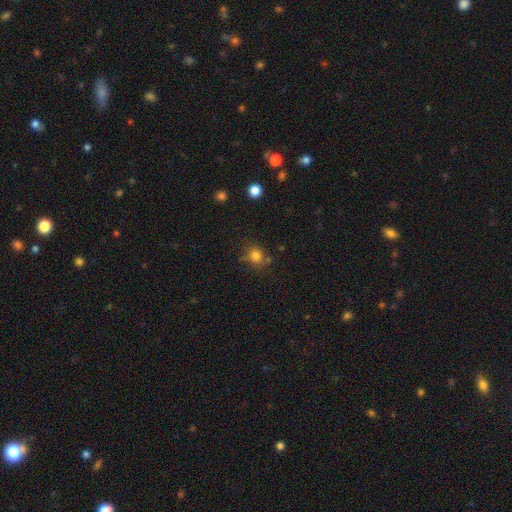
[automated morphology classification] A smooth galaxy with no disk features (79%) that is round (76%).

Vote fractions:
- Smooth or featured? smooth: 79% / star or artifact: 14% / featured or disk: 7%
- How rounded? round: 76% / in between: 23% / cigar-shaped: 1%
- Merging? none: 71% / minor disturbance: 18% / merger: 6% / major disturbance: 6%